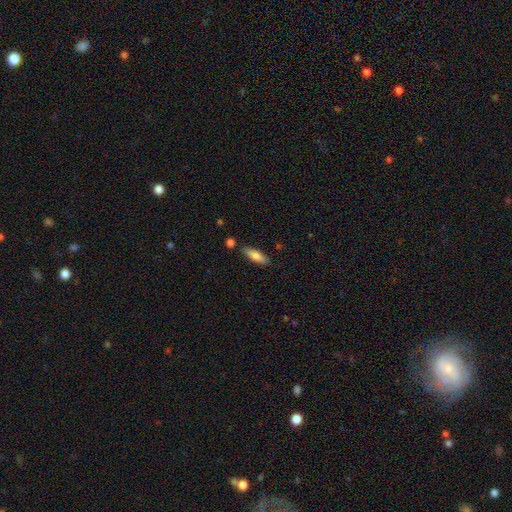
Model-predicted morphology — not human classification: Smooth or featured: smooth — 74% (featured or disk — 19%)
How rounded: cigar-shaped — 52% (in between — 46%)
Merging: none — 82% (minor disturbance — 11%)